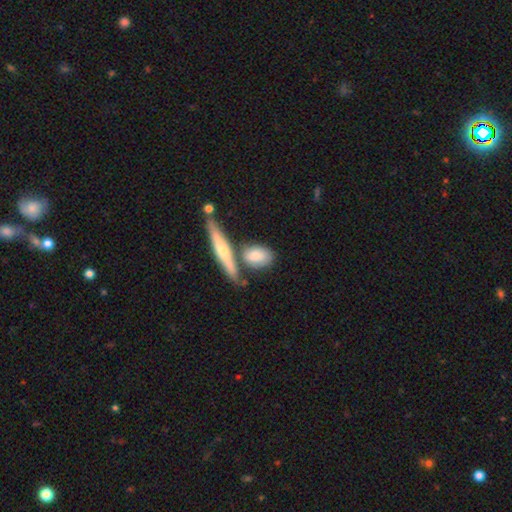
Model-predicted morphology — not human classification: type=smooth (73%); roundness=in between (68%); merging=none (57%).